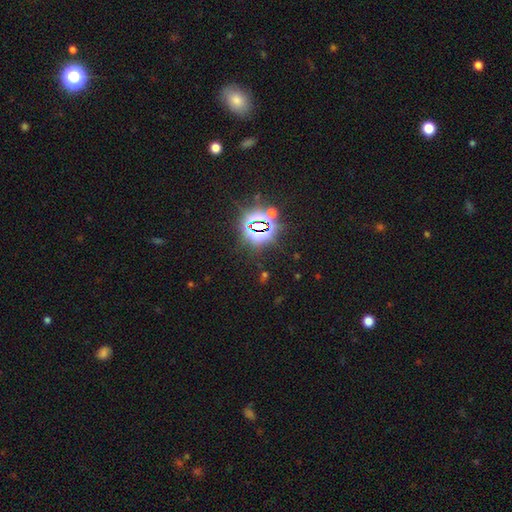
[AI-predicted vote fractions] The model was most divided on "smooth or featured": star or artifact: 80%, smooth: 12%, featured or disk: 8%.